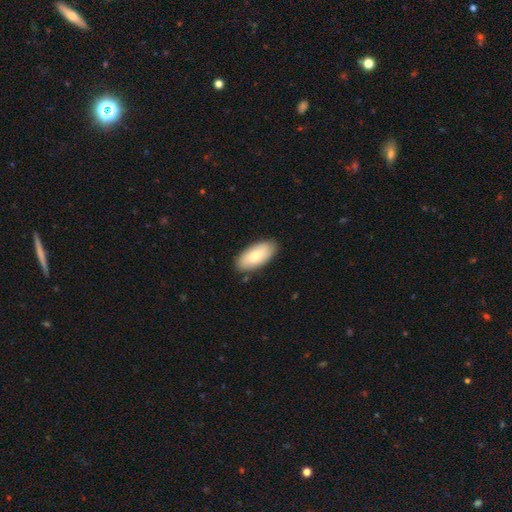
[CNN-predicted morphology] Smooth or featured? Predicted: smooth (p=0.75). How rounded? Predicted: in between (p=0.91). Merging? Predicted: none (p=0.85).